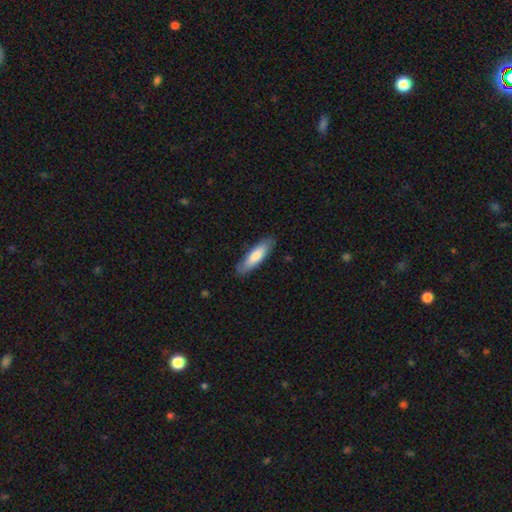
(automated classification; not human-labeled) Overall: smooth (75%). How rounded: cigar-shaped (57%; in between 42%). Merging: none (83%).